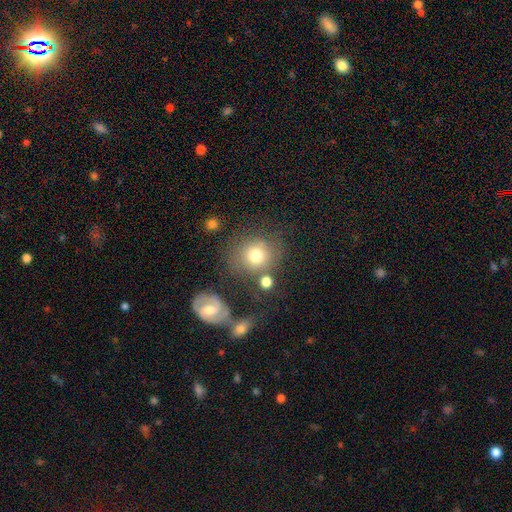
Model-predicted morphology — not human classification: A smooth galaxy with no disk features (72%) that is round (80%). Merging: none (62%).